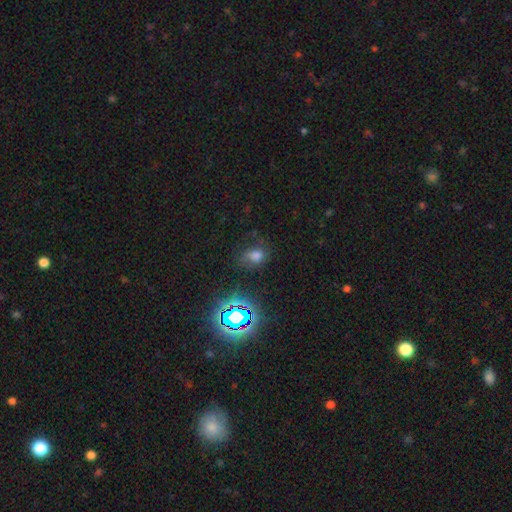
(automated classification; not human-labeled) Smooth or featured?
  - smooth: 62% *
  - star or artifact: 28%
  - featured or disk: 10%
How rounded?
  - in between: 63% *
  - round: 35%
  - cigar-shaped: 2%
Merging?
  - none: 62% *
  - minor disturbance: 23%
  - major disturbance: 12%
  - merger: 3%